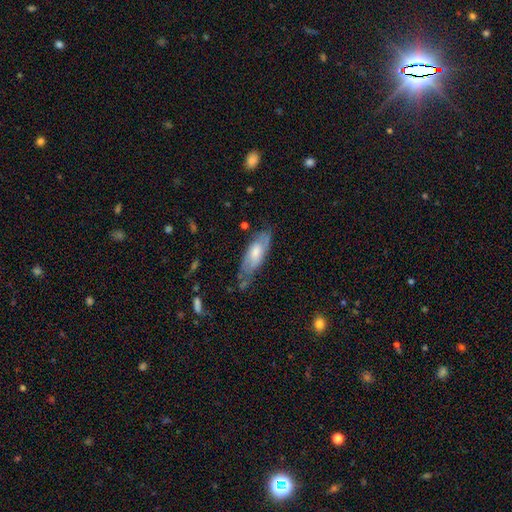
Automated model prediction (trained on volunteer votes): featured or disk 54%, smooth 38%, star or artifact 9%. Down the decision tree: edge-on disk — no (70%); merging — none (67%).